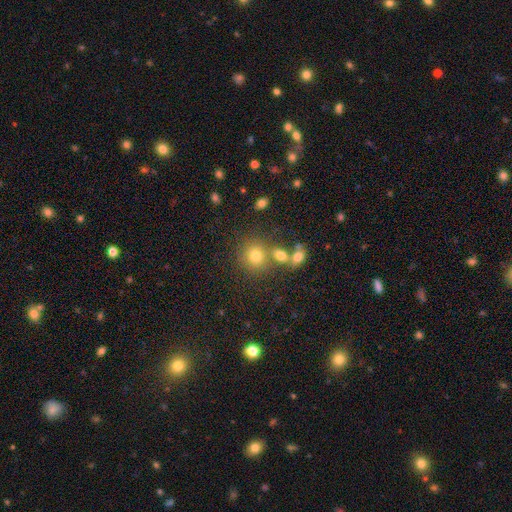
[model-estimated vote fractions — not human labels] Overall: smooth (75%). How rounded: round (83%). Merging: none (63%; merger 23%).